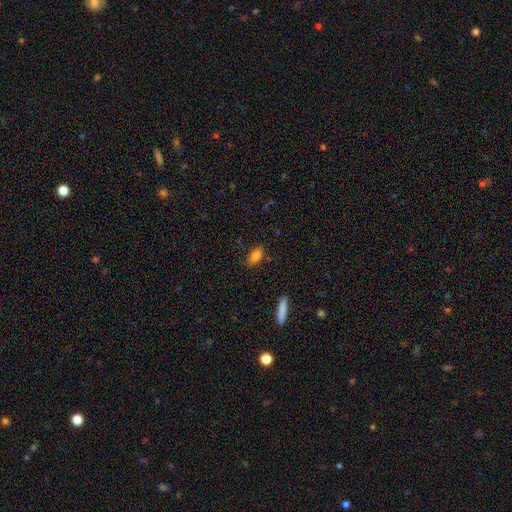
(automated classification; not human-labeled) This is clearly a smooth galaxy (85%). How rounded: clearly in between (86%). Merging: clearly none (80%).